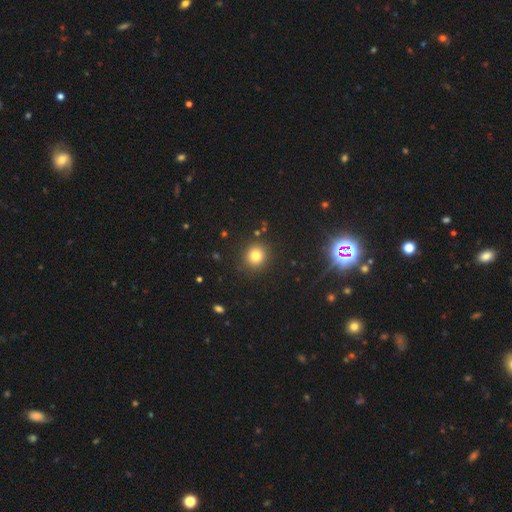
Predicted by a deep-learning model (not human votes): Q: Smooth or featured?
A: smooth (80%); runner-up: star or artifact (13%)
Q: How rounded?
A: round (88%); runner-up: in between (11%)
Q: Merging?
A: none (88%); runner-up: minor disturbance (7%)